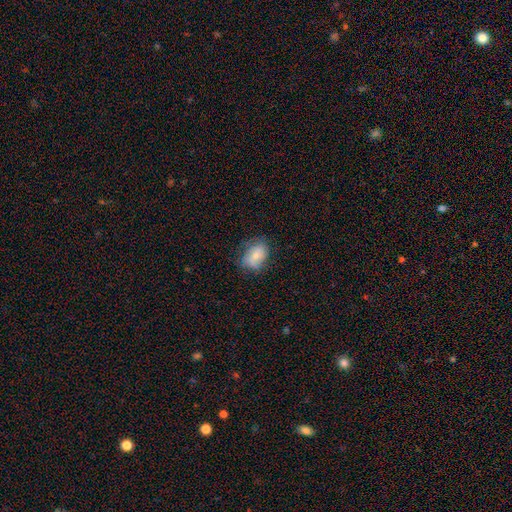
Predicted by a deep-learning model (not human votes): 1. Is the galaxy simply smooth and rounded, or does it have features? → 69% smooth, 23% featured or disk, 8% star or artifact.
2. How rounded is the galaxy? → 69% in between, 30% round, 1% cigar-shaped.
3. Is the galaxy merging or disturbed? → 66% none, 25% minor disturbance, 8% major disturbance, 1% merger.